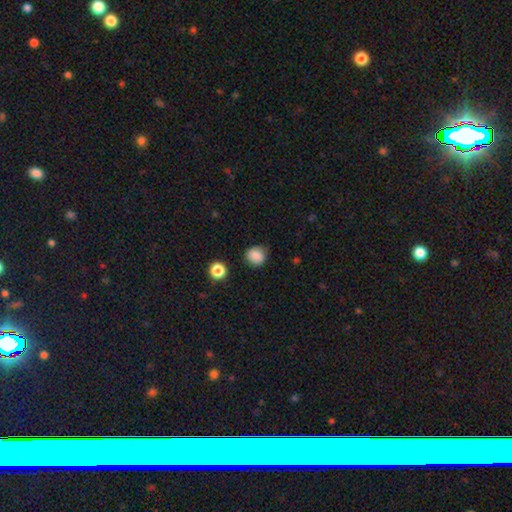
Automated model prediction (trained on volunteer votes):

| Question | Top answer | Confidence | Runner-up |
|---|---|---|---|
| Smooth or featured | smooth | 85% | star or artifact (10%) |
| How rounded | round | 82% | in between (17%) |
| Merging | none | 82% | minor disturbance (13%) |